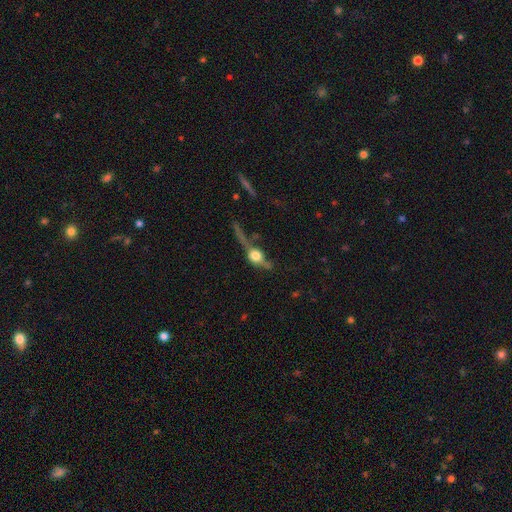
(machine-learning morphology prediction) Q: Smooth or featured?
A: featured or disk (46%); runner-up: smooth (38%)
Q: Merging?
A: none (40%); runner-up: major disturbance (28%)